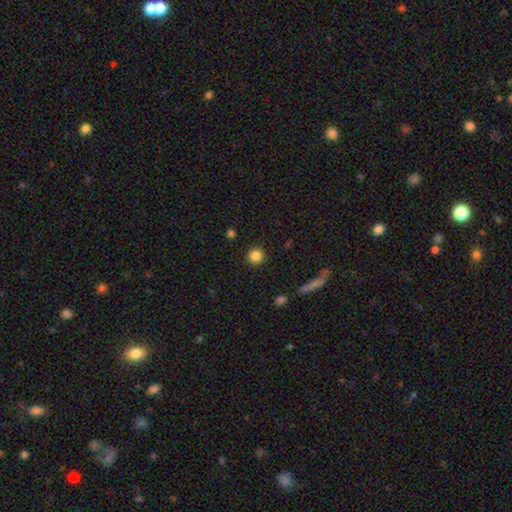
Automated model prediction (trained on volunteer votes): Morphology: type=smooth (84%); roundness=round (93%); merging=none (92%).